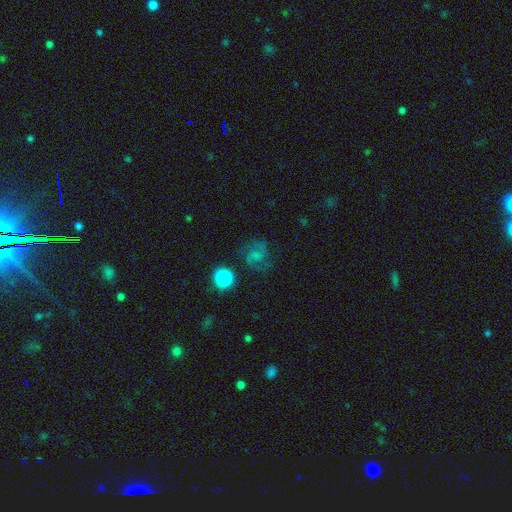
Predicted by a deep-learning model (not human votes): Morphology: type=featured or disk (50%); merging=none (66%).